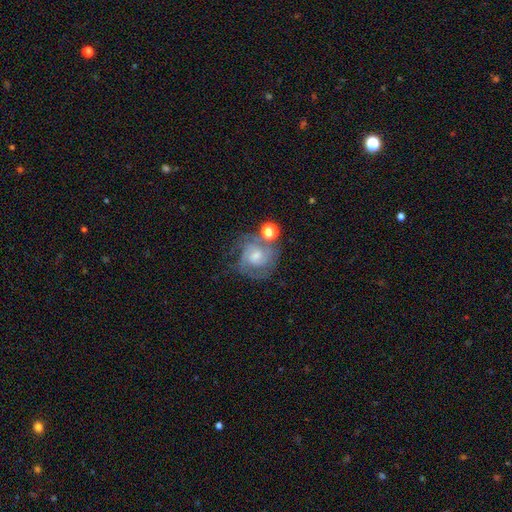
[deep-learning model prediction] smooth_or_featured: featured or disk (p=0.74) [alt: smooth p=0.17]
disk_edge_on: no (p=0.98) [alt: yes p=0.02]
bar: no (p=0.49) [alt: weak p=0.43]
has_spiral_arms: yes (p=0.93) [alt: no p=0.07]
spiral_winding: tight (p=0.49) [alt: medium p=0.41]
spiral_arm_count: 2 (p=0.39) [alt: can't tell p=0.26]
bulge_size: small (p=0.42) [alt: moderate p=0.40]
merging: none (p=0.53) [alt: minor disturbance p=0.19]